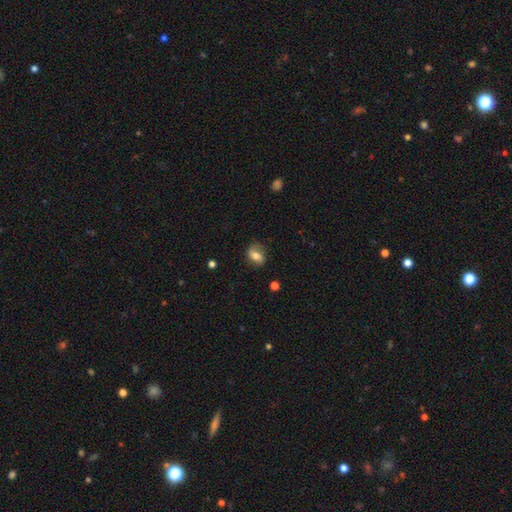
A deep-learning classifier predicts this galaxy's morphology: The model was most divided on "smooth or featured": smooth: 54%, featured or disk: 38%, star or artifact: 9%. More confident: how rounded — in between (71%); merging — none (66%).